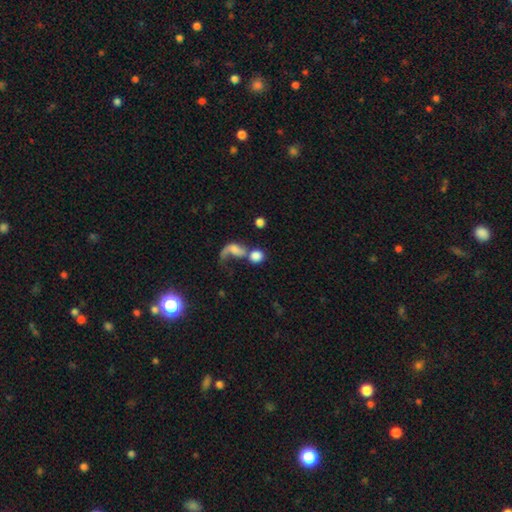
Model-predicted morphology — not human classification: smooth 70%, featured or disk 21%, star or artifact 9%. Down the decision tree: how rounded — round (75%); merging — merger (50%).